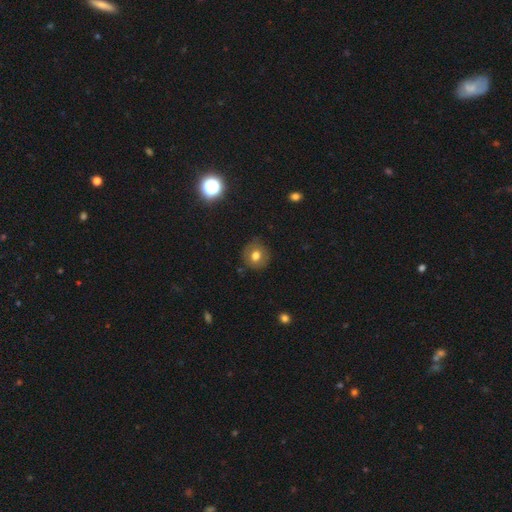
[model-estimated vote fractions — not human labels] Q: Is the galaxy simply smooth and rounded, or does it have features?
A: smooth — 71%.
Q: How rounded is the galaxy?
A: round — 89%.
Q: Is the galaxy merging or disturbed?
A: none — 86%.